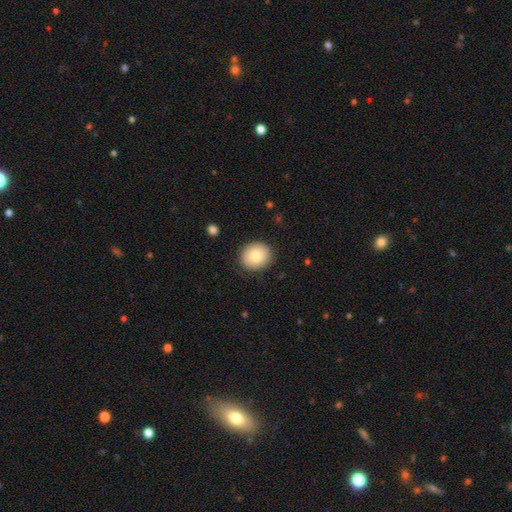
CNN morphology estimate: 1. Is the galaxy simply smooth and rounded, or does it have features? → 81% smooth, 11% featured or disk, 8% star or artifact.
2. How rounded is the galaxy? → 77% round, 22% in between, 1% cigar-shaped.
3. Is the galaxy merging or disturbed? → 89% none, 8% minor disturbance, 2% major disturbance, 1% merger.